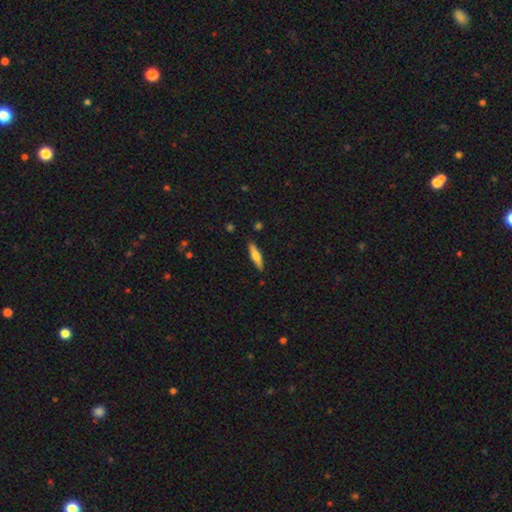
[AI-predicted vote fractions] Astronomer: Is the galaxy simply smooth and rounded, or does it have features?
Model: smooth — 59% (runner-up: featured or disk, 35%).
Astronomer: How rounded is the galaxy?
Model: cigar-shaped — 77%.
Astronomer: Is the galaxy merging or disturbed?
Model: none — 88%.